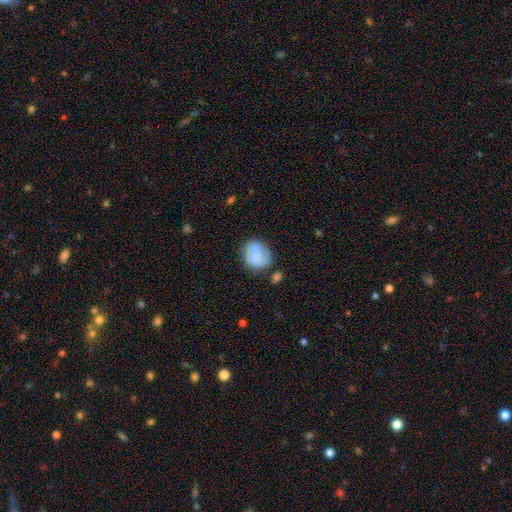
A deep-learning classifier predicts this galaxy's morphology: Overall: smooth (68%). How rounded: round (66%; in between 33%). Merging: none (57%; minor disturbance 25%).